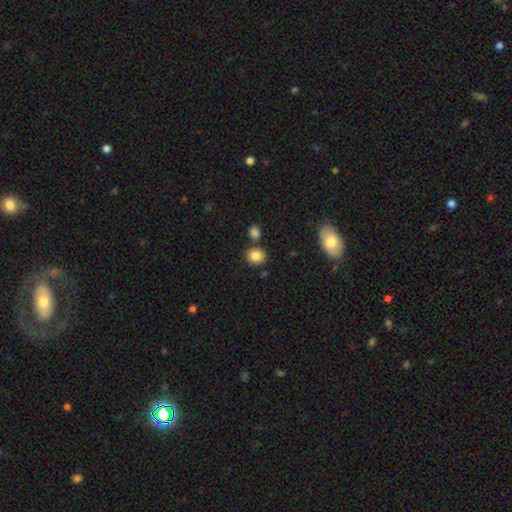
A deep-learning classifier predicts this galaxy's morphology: A smooth galaxy with no disk features (85%) that is round (69%).

Vote fractions:
- Smooth or featured? smooth: 85% / star or artifact: 9% / featured or disk: 6%
- How rounded? round: 69% / in between: 30% / cigar-shaped: 1%
- Merging? none: 74% / merger: 14% / minor disturbance: 10% / major disturbance: 3%